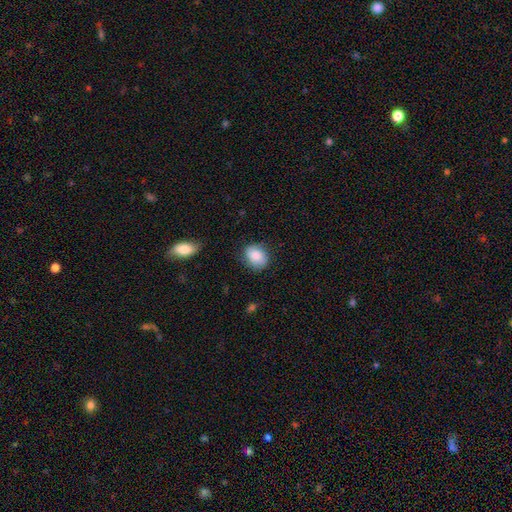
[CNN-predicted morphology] smooth 79%, featured or disk 13%, star or artifact 8%. Down the decision tree: how rounded — in between (54%); merging — none (72%).